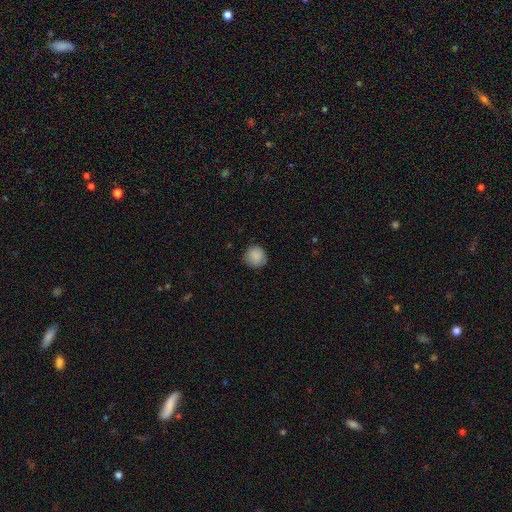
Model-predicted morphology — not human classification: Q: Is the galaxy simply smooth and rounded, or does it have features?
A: smooth — 88%.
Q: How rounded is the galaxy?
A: round — 93%.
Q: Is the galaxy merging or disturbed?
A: none — 86%.